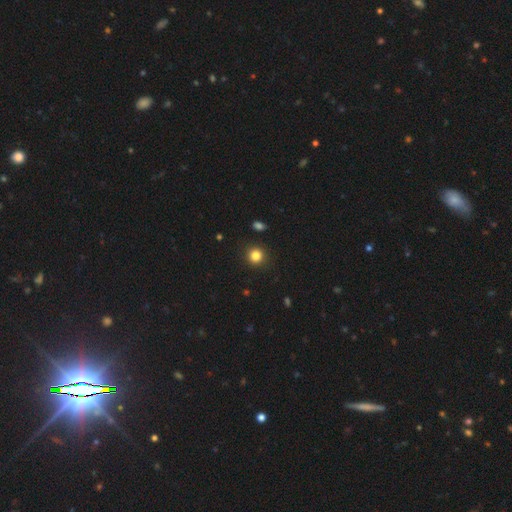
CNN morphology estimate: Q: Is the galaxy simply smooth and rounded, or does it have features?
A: smooth — 83%.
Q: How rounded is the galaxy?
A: round — 92%.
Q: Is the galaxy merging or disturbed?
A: none — 90%.